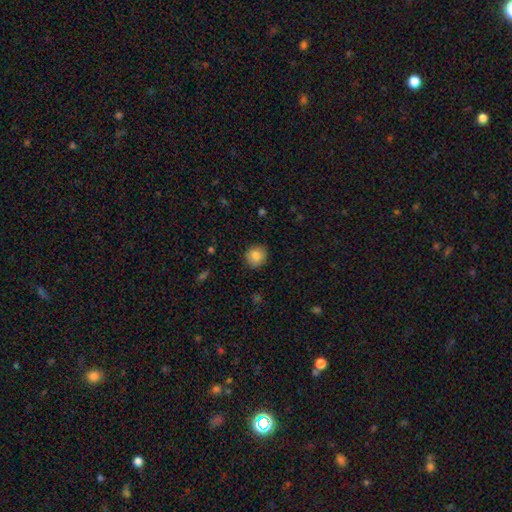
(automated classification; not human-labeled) Q: Smooth or featured?
A: smooth (85%); runner-up: star or artifact (9%)
Q: How rounded?
A: round (90%); runner-up: in between (9%)
Q: Merging?
A: none (89%); runner-up: minor disturbance (8%)